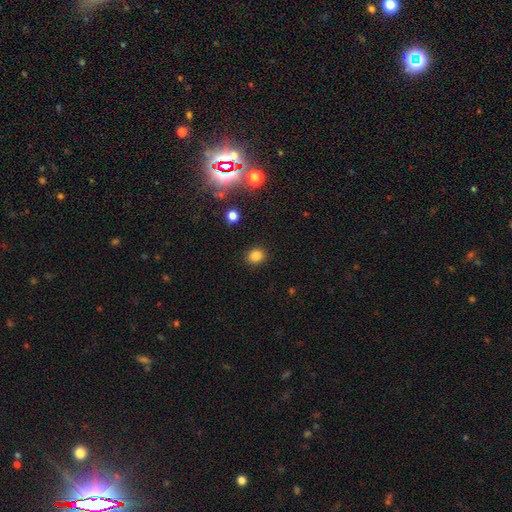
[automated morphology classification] Smooth or featured? smooth (83%)
How rounded? round (75%)
Merging? none (90%)